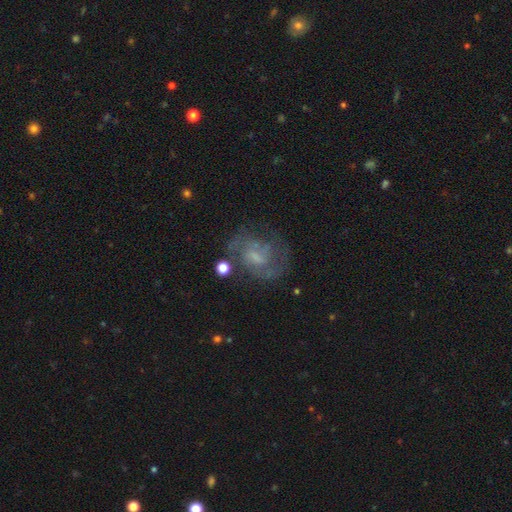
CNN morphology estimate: This appears to be a featured or disk galaxy (72%) with a weak bar (50%), 2 (54%) medium (49%) spiral arms (85%) and a small central bulge (37%). Merging: none (60%).